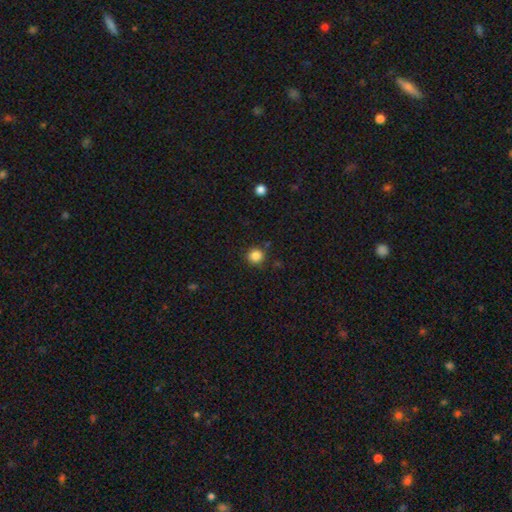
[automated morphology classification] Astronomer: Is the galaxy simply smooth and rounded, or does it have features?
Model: smooth — 85%.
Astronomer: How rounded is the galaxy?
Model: round — 93%.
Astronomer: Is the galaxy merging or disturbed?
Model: none — 86%.